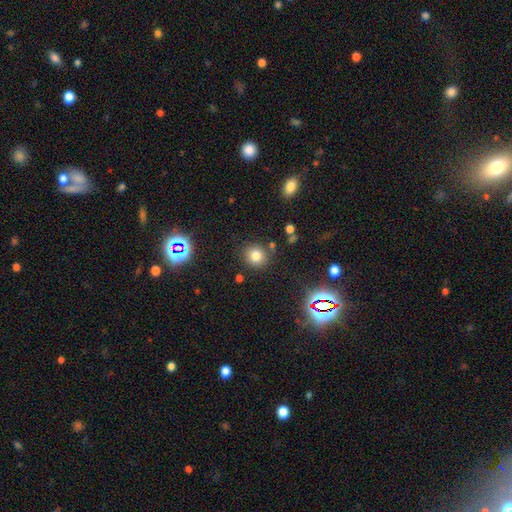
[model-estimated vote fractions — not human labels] This appears to be a smooth galaxy with no disk features (77%) that is round (87%). Merging: none (84%).